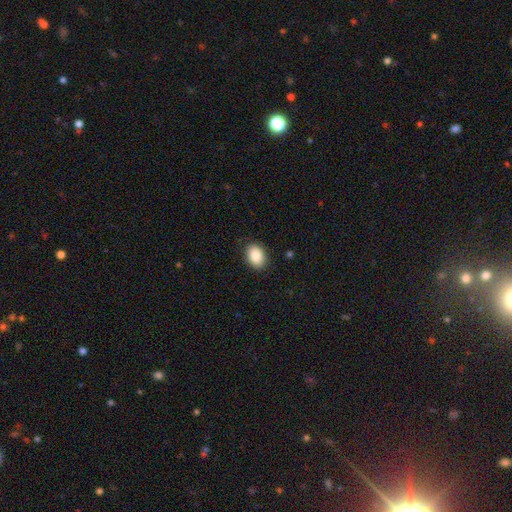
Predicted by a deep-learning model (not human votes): Q: Smooth or featured?
A: smooth (88%); runner-up: star or artifact (7%)
Q: How rounded?
A: in between (79%); runner-up: round (20%)
Q: Merging?
A: none (89%); runner-up: minor disturbance (8%)